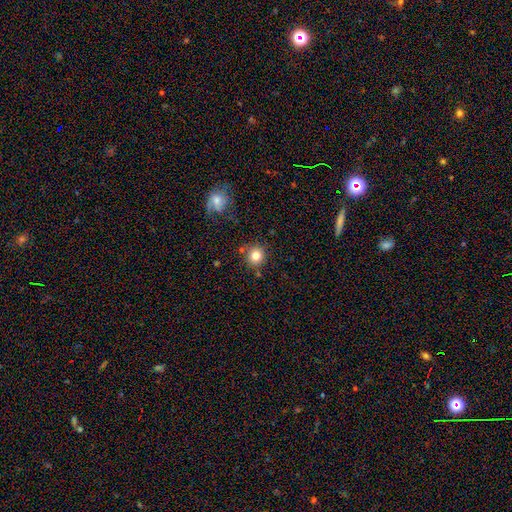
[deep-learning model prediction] This is clearly a smooth galaxy (81%). How rounded: clearly round (91%). Merging: clearly none (82%).